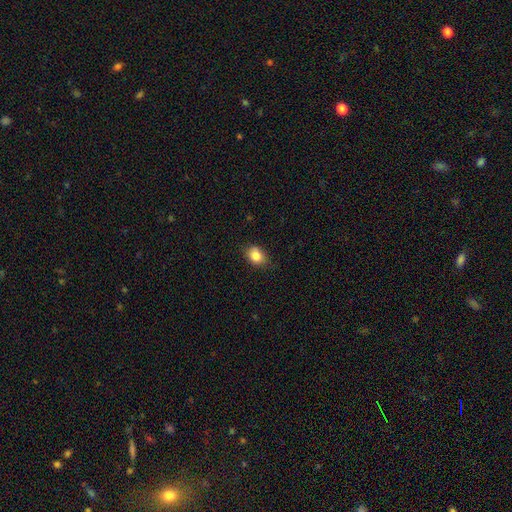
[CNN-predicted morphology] Q: Smooth or featured?
A: smooth (85%); runner-up: star or artifact (9%)
Q: How rounded?
A: in between (67%); runner-up: round (32%)
Q: Merging?
A: none (81%); runner-up: minor disturbance (15%)